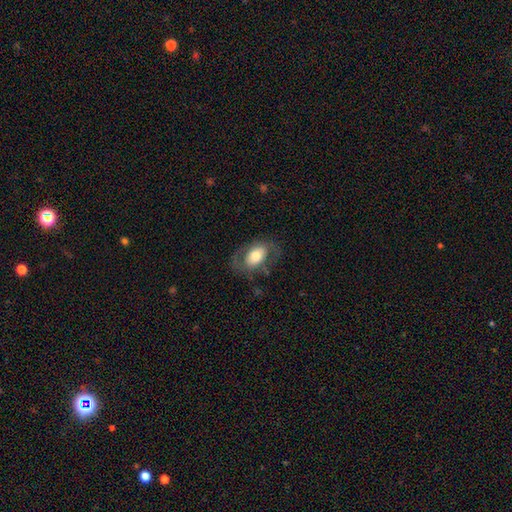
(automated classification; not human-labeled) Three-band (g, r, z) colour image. It shows a smooth galaxy with no disk features (50%) that is in between round and cigar-shaped (84%). Merging: none (69%).